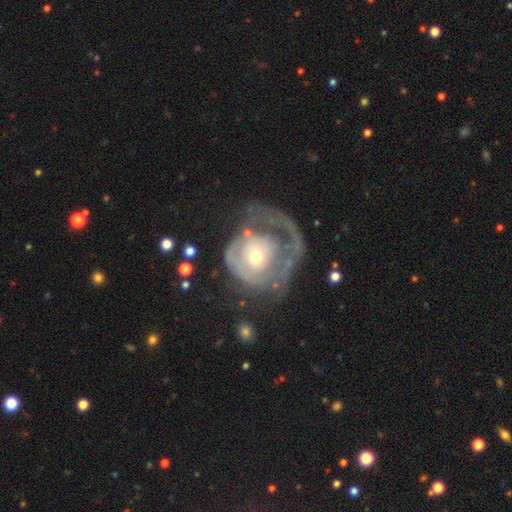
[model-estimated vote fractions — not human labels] A featured or disk galaxy (65%) with no bar (82%), spiral arms (54%) and a moderate central bulge (56%).

Vote fractions:
- Smooth or featured? featured or disk: 65% / smooth: 28% / star or artifact: 7%
- Edge-on disk? no: 97% / yes: 3%
- Bar? no: 82% / weak: 14% / strong: 4%
- Spiral arms? yes: 54% / no: 46%
- Bulge size? moderate: 56% / small: 36% / large: 6% / dominant: 1% / none: 1%
- Merging? major disturbance: 51% / none: 27% / minor disturbance: 16% / merger: 6%